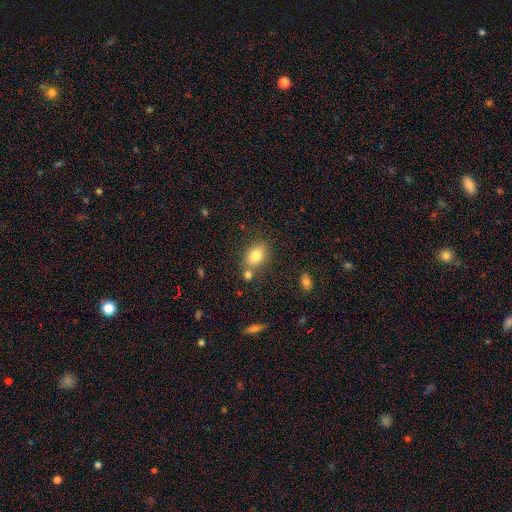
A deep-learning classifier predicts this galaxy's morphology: type=smooth (79%); roundness=in between (66%); merging=none (65%).